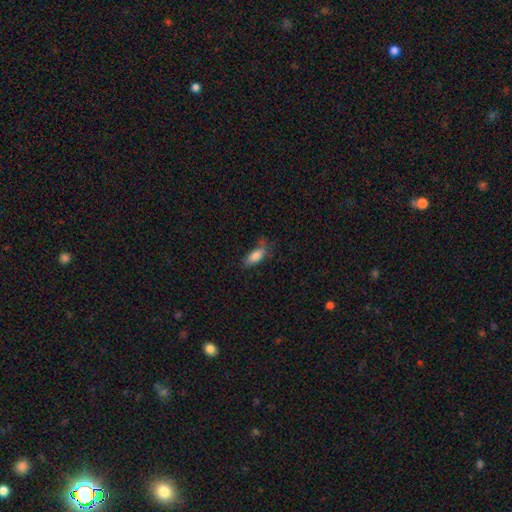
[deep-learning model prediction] A smooth galaxy with no disk features (82%) that is in between round and cigar-shaped (79%). Merging: none (54%).